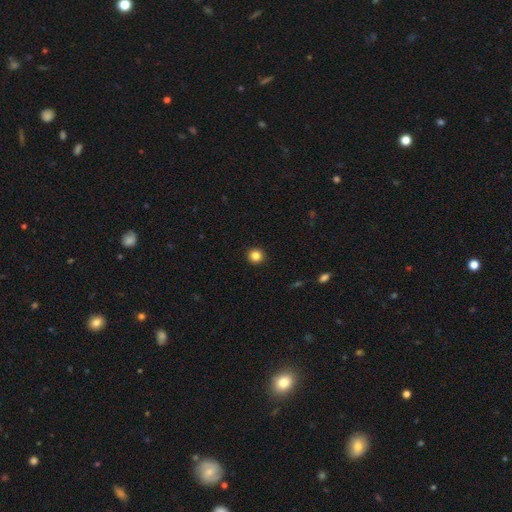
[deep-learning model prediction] Q: Smooth or featured?
A: smooth (84%); runner-up: star or artifact (11%)
Q: How rounded?
A: round (93%); runner-up: in between (6%)
Q: Merging?
A: none (93%); runner-up: minor disturbance (4%)